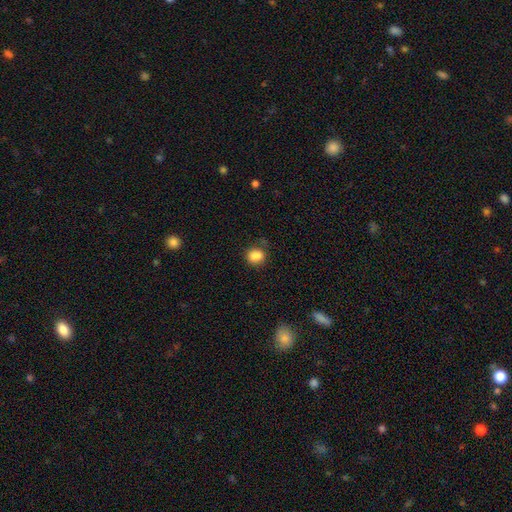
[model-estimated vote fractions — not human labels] A smooth galaxy with no disk features (85%) that is round (61%).

Vote fractions:
- Smooth or featured? smooth: 85% / star or artifact: 10% / featured or disk: 5%
- How rounded? round: 61% / in between: 38% / cigar-shaped: 1%
- Merging? none: 66% / minor disturbance: 22% / major disturbance: 7% / merger: 5%